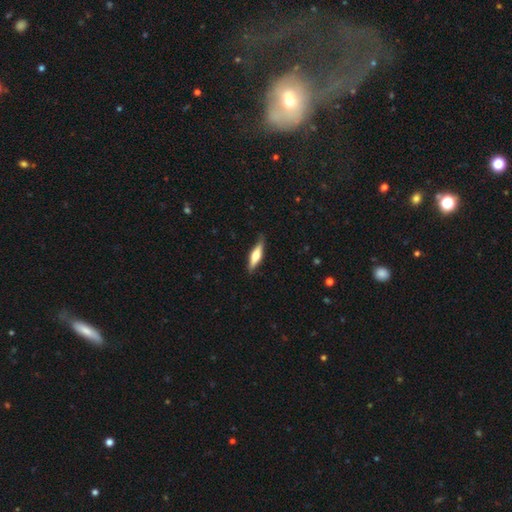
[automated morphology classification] A featured or disk galaxy (50%). Merging: none (83%).